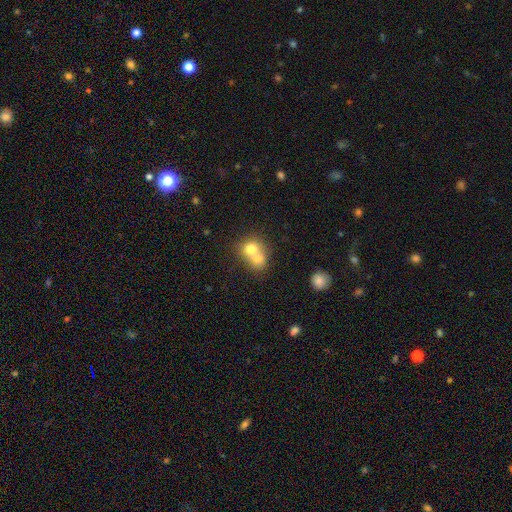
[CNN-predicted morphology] Smooth or featured? Predicted: smooth (p=0.69). How rounded? Predicted: round (p=0.69). Merging? Predicted: merger (p=0.70).